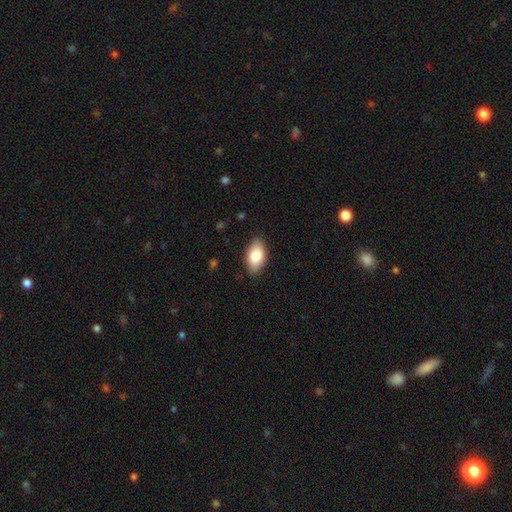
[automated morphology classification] smooth-or-featured: smooth: 84% | featured or disk: 10% | star or artifact: 6%
  how-rounded: in between: 94% | round: 4% | cigar-shaped: 3%
  merging: none: 86% | minor disturbance: 11% | major disturbance: 2% | merger: 1%